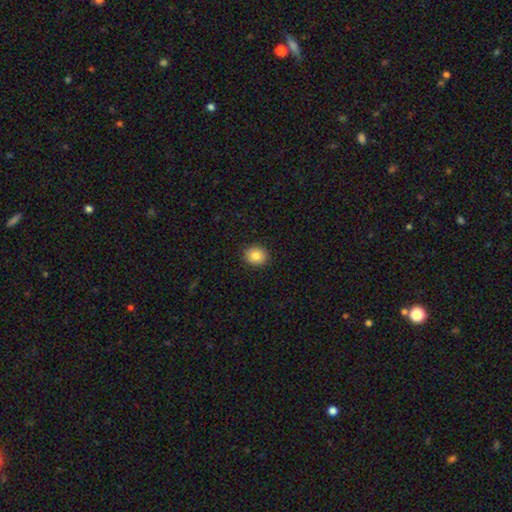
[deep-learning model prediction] A smooth galaxy with no disk features (84%) that is round (77%). Merging: none (91%).